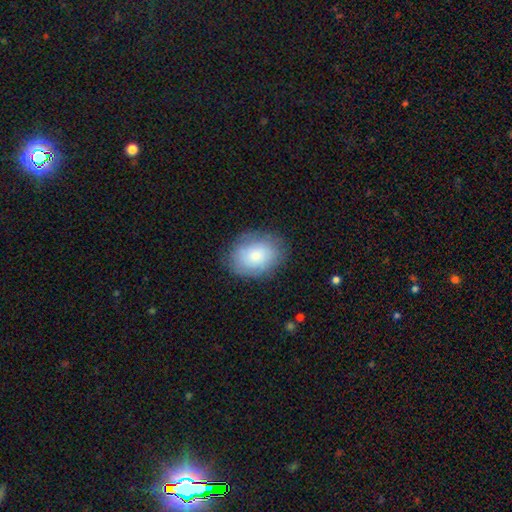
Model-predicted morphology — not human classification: Overall: smooth (75%). How rounded: in between (69%; round 30%). Merging: none (79%).